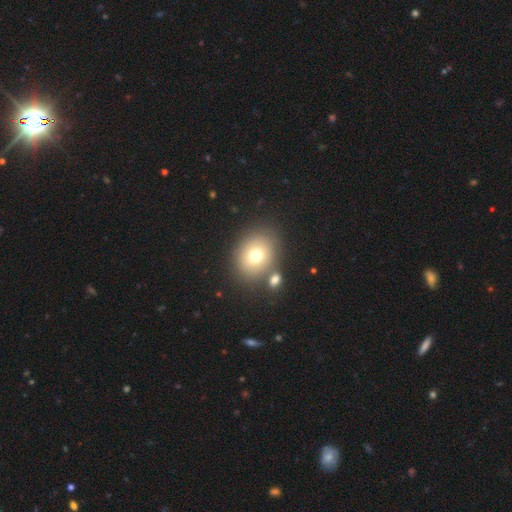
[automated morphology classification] Smooth or featured? Predicted: smooth (p=0.73). How rounded? Predicted: round (p=0.57). Merging? Predicted: none (p=0.70).